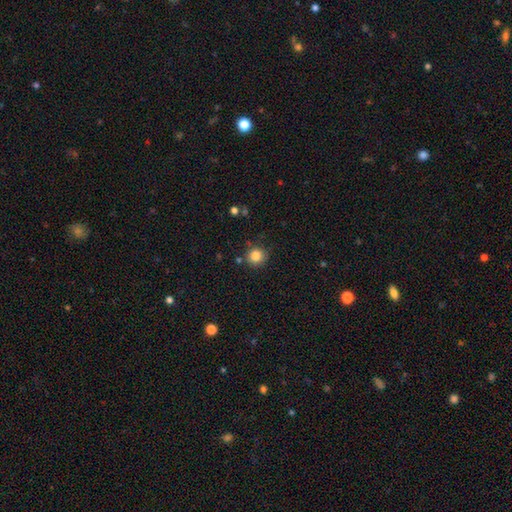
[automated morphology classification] A smooth galaxy with no disk features (84%) that is round (89%).

Vote fractions:
- Smooth or featured? smooth: 84% / star or artifact: 11% / featured or disk: 5%
- How rounded? round: 89% / in between: 10% / cigar-shaped: 1%
- Merging? none: 83% / minor disturbance: 10% / merger: 4% / major disturbance: 3%